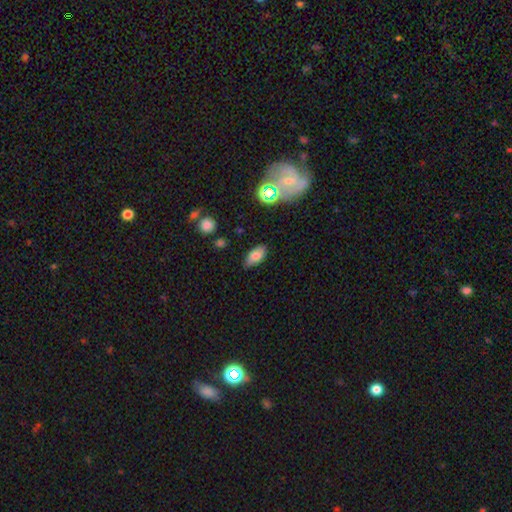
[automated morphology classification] smooth 75%, featured or disk 14%, star or artifact 11%. Down the decision tree: how rounded — in between (92%); merging — none (80%).